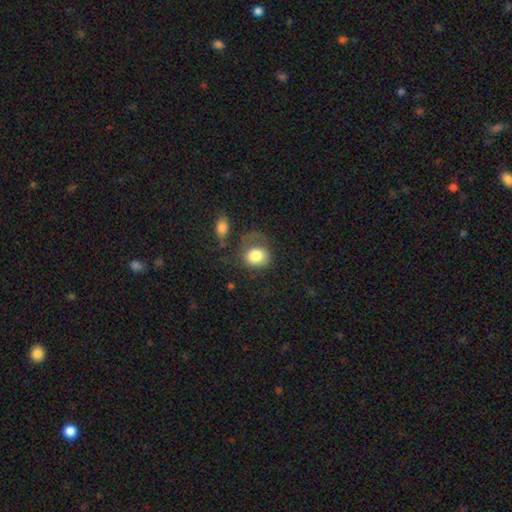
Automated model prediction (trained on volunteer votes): smooth-or-featured: smooth: 79% | featured or disk: 13% | star or artifact: 8%
  how-rounded: round: 63% | in between: 36% | cigar-shaped: 1%
  merging: none: 43% | major disturbance: 27% | minor disturbance: 24% | merger: 6%